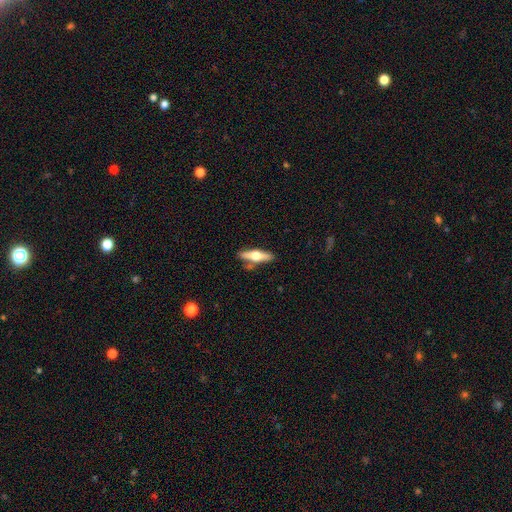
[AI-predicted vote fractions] Overall: featured or disk (54%; smooth 41%). Edge-on disk: yes (94%). Edge-on bulge: rounded (94%). Merging: none (79%).